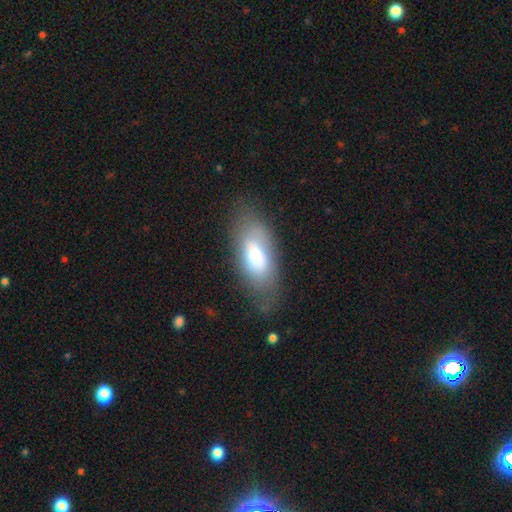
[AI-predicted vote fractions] smooth_or_featured: smooth (p=0.70) [alt: featured or disk p=0.22]
how_rounded: in between (p=0.83) [alt: cigar-shaped p=0.14]
merging: none (p=0.63) [alt: minor disturbance p=0.22]